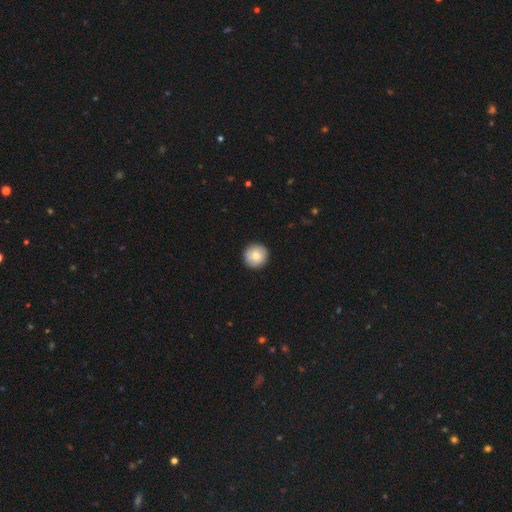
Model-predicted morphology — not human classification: Smooth or featured?
  - smooth: 75% *
  - featured or disk: 18%
  - star or artifact: 7%
How rounded?
  - round: 96% *
  - in between: 3%
  - cigar-shaped: 1%
Merging?
  - none: 91% *
  - minor disturbance: 6%
  - major disturbance: 2%
  - merger: 1%